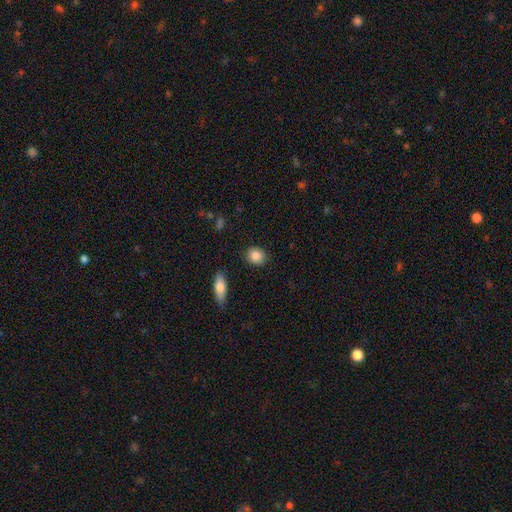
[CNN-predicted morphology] type=smooth (88%); roundness=round (67%); merging=none (88%).